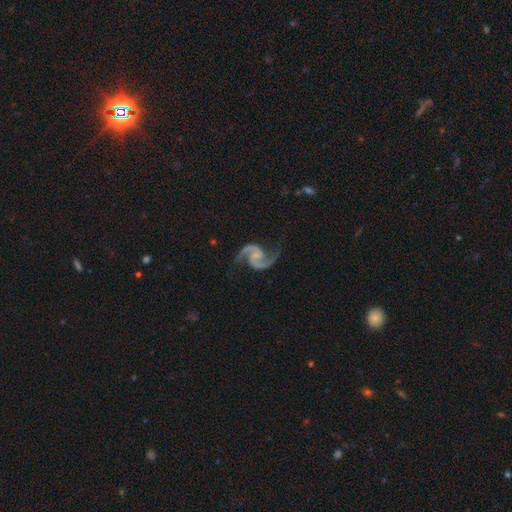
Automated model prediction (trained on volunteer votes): The model was most divided on "bulge size": small: 41%, none: 40%, moderate: 15%, large: 2%, dominant: 1%. Remaining: spiral arms — yes (99%); edge-on disk — no (99%); spiral arm count — 2 (95%); smooth or featured — featured or disk (94%); merging — none (78%); spiral winding — medium (61%); bar — no (49%).